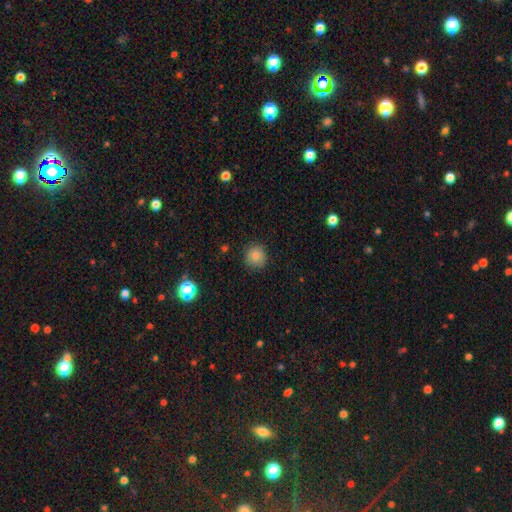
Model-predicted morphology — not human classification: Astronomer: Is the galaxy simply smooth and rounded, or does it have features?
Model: smooth — 83%.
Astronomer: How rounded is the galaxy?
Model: round — 91%.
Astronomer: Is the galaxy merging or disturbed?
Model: none — 86%.